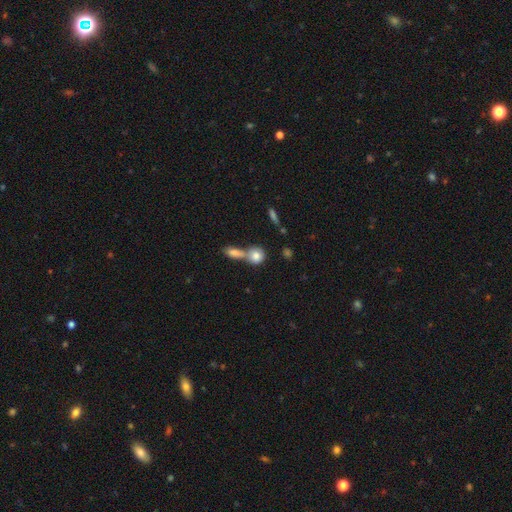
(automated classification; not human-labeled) Smooth or featured: smooth — 80% (featured or disk — 12%)
How rounded: round — 71% (in between — 25%)
Merging: merger — 53% (none — 36%)